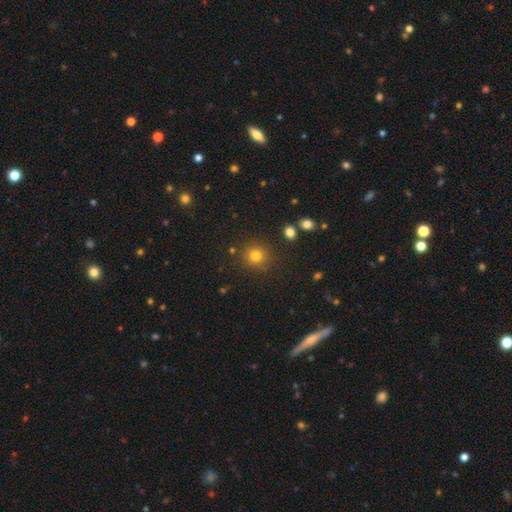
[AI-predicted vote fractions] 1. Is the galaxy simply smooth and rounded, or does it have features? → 80% smooth, 14% star or artifact, 6% featured or disk.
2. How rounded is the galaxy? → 91% round, 8% in between, 1% cigar-shaped.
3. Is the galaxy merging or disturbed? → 87% none, 7% minor disturbance, 3% merger, 3% major disturbance.